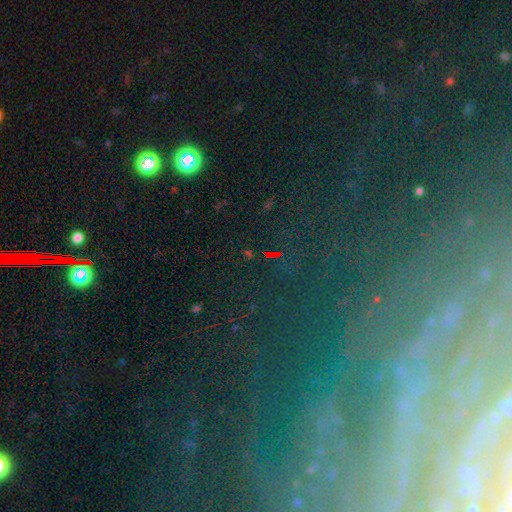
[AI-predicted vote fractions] A featured or disk galaxy (52%).

Vote fractions:
- Smooth or featured? featured or disk: 52% / star or artifact: 32% / smooth: 17%
- Edge-on disk? no: 83% / yes: 17%
- Merging? none: 76% / minor disturbance: 12% / major disturbance: 8% / merger: 4%